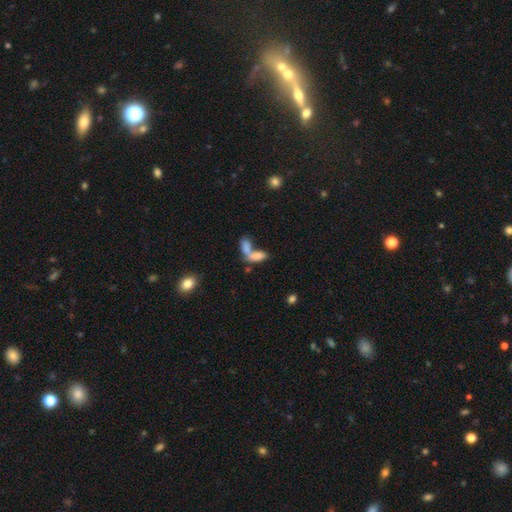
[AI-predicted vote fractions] Q: Smooth or featured?
A: smooth (75%); runner-up: featured or disk (14%)
Q: How rounded?
A: in between (78%); runner-up: cigar-shaped (16%)
Q: Merging?
A: merger (66%); runner-up: none (21%)